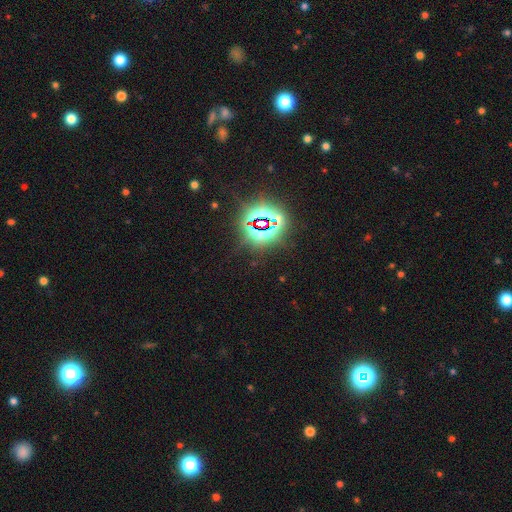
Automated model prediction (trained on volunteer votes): Smooth or featured? Predicted: star or artifact (p=0.80).